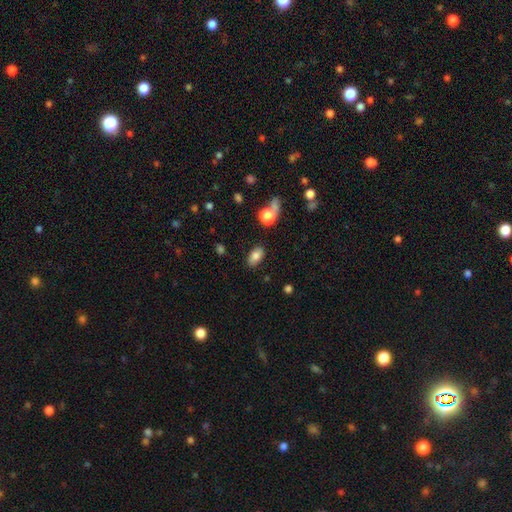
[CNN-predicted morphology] A smooth galaxy with no disk features (80%) that is in between round and cigar-shaped (90%). Merging: none (82%).